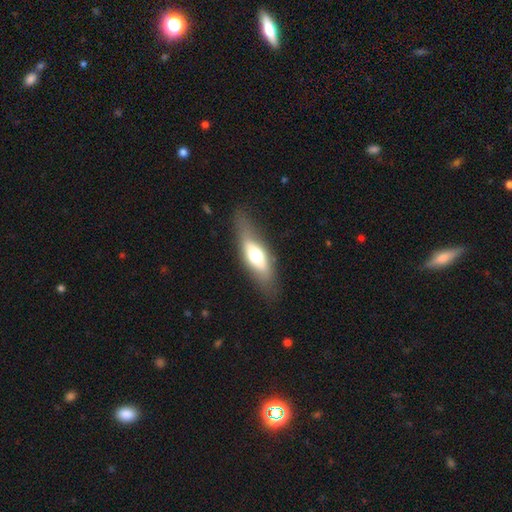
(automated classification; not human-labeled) Smooth or featured: smooth — 52% (featured or disk — 42%)
How rounded: in between — 60% (cigar-shaped — 36%)
Merging: none — 74% (minor disturbance — 17%)